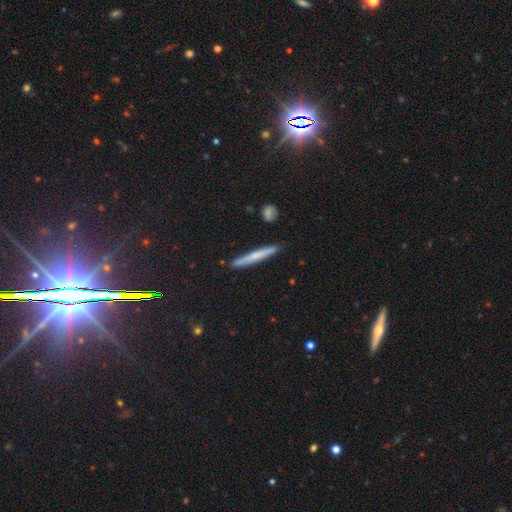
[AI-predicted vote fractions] Morphology: type=smooth (52%); roundness=cigar-shaped (95%); merging=none (89%).